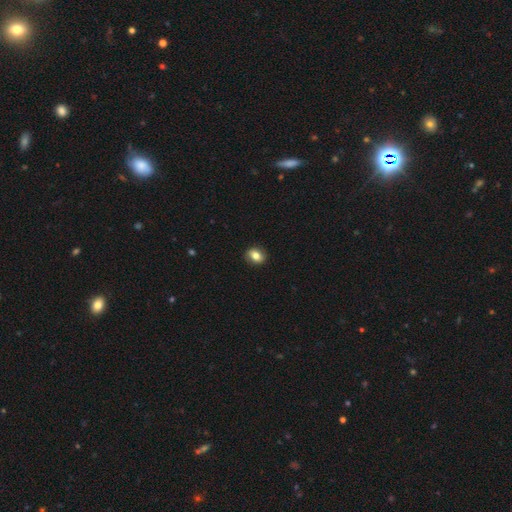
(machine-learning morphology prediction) smooth 78%, featured or disk 14%, star or artifact 9%. Down the decision tree: how rounded — in between (50%); merging — none (88%).